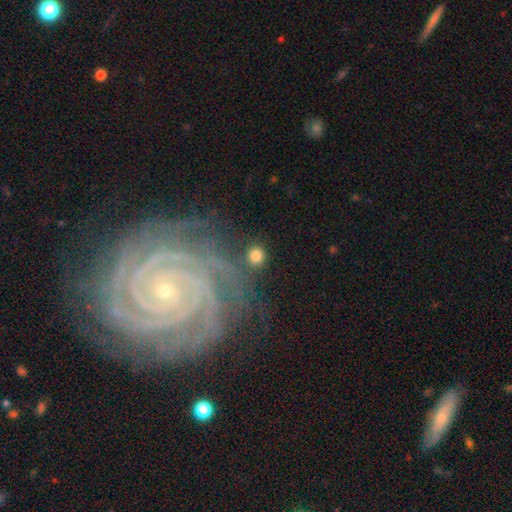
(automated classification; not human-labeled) This is likely a smooth galaxy (79%). How rounded: clearly round (91%). Merging: clearly none (83%).